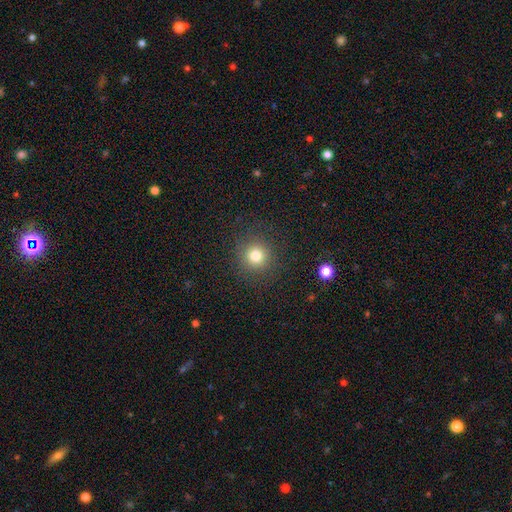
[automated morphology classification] Overall: smooth (78%). How rounded: round (94%). Merging: none (89%).